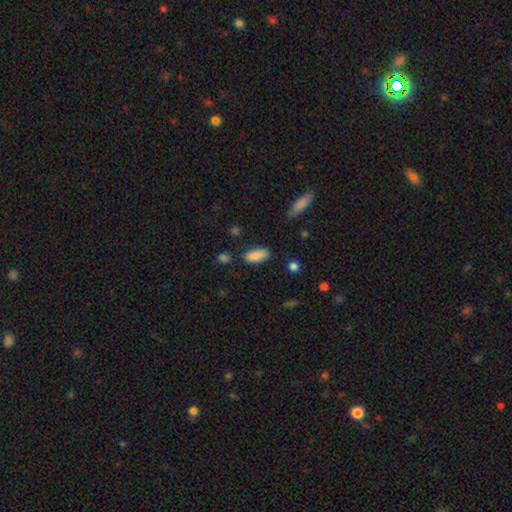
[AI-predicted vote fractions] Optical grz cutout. It shows a smooth galaxy with no disk features (88%) that is in between round and cigar-shaped (83%). Merging: none (79%).